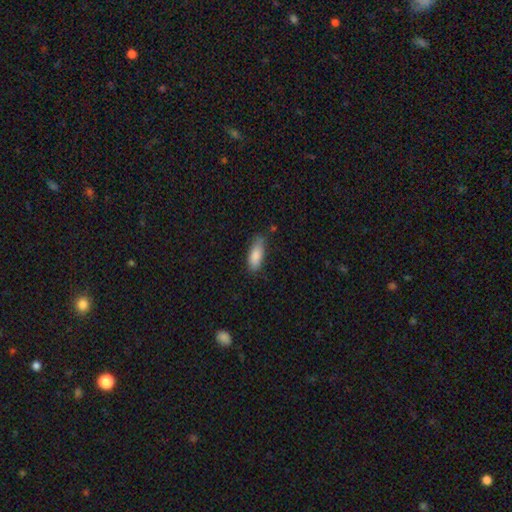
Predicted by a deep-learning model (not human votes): This is clearly a smooth galaxy (86%). How rounded: likely in between (73%). Merging: likely none (70%).